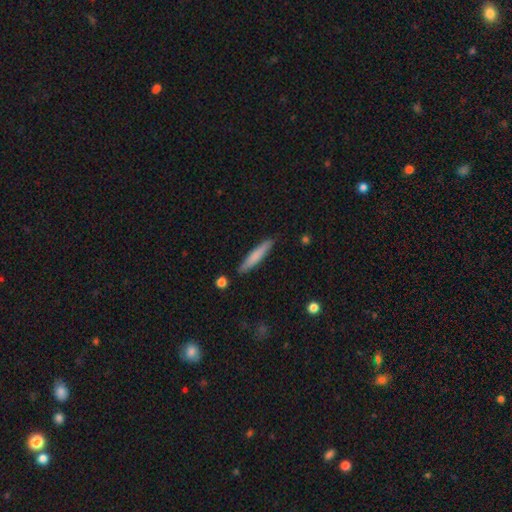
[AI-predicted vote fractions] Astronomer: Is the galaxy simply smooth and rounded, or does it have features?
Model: smooth — 74%.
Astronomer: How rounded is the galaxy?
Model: cigar-shaped — 92%.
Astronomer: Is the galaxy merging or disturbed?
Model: none — 88%.